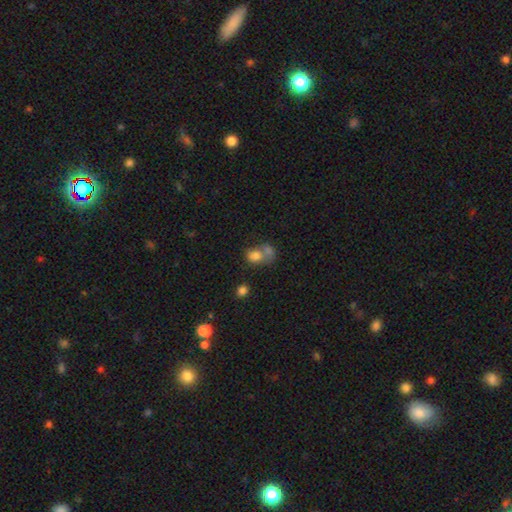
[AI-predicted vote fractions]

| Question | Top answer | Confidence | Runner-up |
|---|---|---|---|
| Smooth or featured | smooth | 75% | featured or disk (14%) |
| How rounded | in between | 53% | round (46%) |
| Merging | merger | 60% | none (24%) |